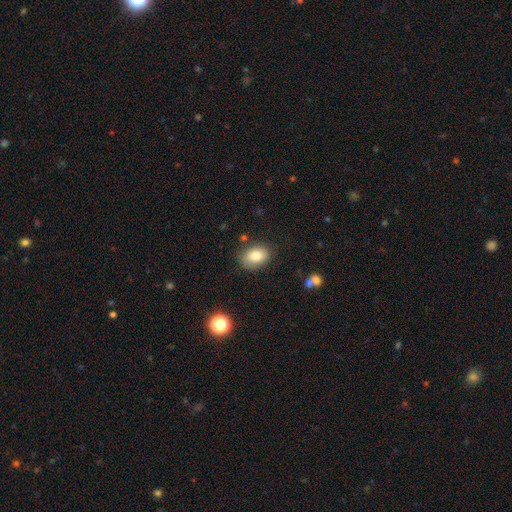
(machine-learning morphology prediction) A smooth galaxy with no disk features (83%) that is in between round and cigar-shaped (80%). Merging: none (78%).